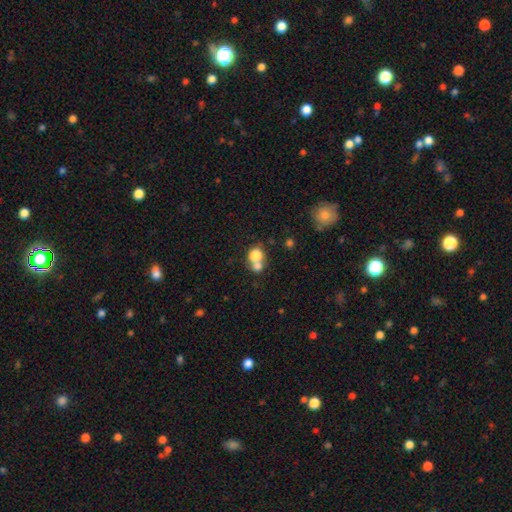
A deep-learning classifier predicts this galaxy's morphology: Smooth or featured? smooth (77%)
How rounded? round (72%)
Merging? merger (59%)